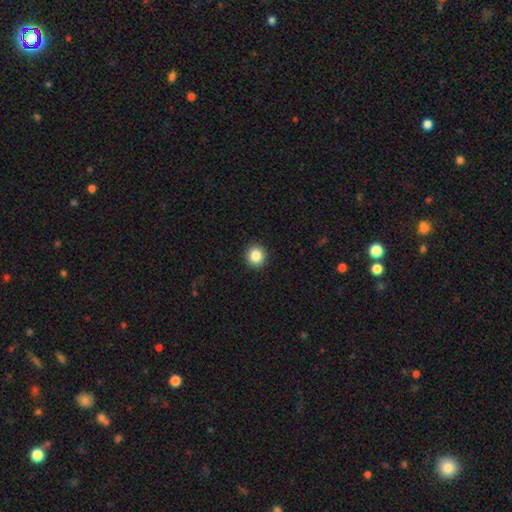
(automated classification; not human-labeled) Overall: smooth (86%). How rounded: round (90%). Merging: none (93%).